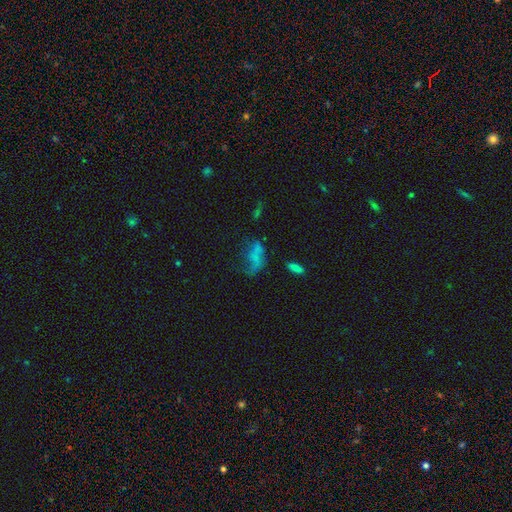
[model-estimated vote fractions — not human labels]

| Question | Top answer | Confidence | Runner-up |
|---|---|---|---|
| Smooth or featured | smooth | 49% | featured or disk (34%) |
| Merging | major disturbance | 39% | none (32%) |